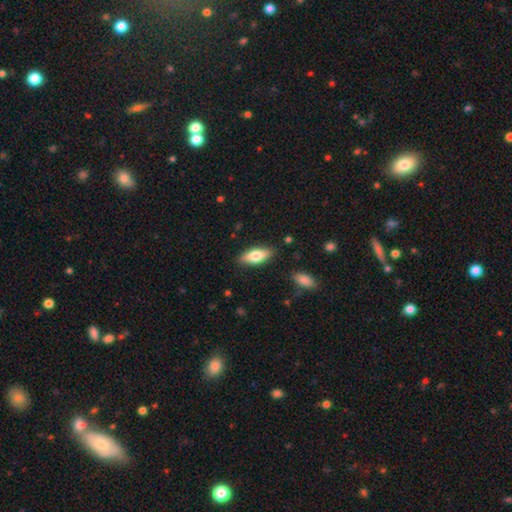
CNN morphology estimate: type=smooth (72%); roundness=in between (76%); merging=none (85%).